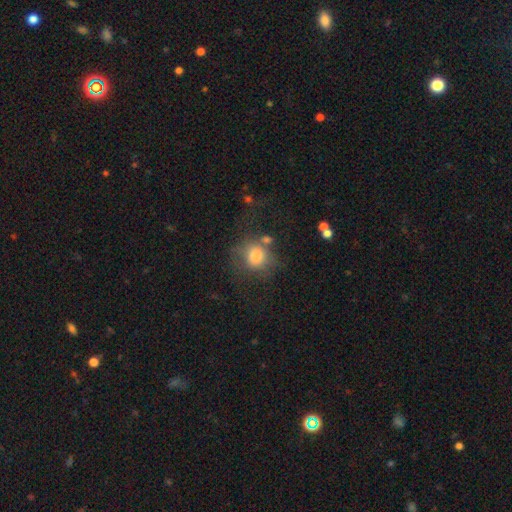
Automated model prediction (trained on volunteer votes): smooth 75%, featured or disk 14%, star or artifact 11%. Down the decision tree: how rounded — round (83%); merging — none (53%).